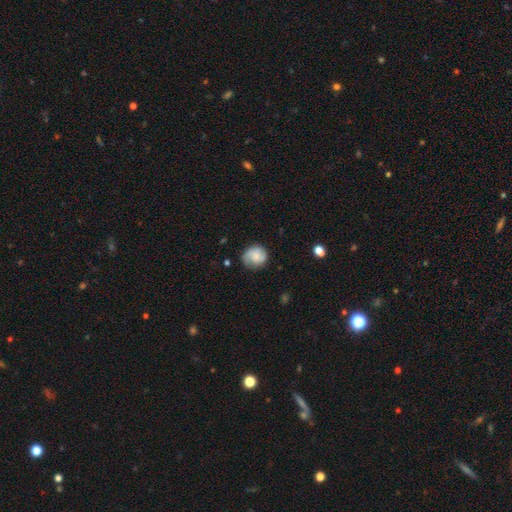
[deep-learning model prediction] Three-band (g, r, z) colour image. It shows a smooth galaxy with no disk features (66%) that is round (83%). Merging: none (69%).